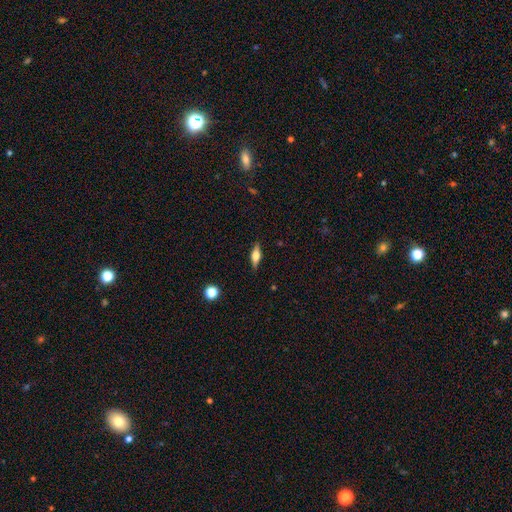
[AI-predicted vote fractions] Q: Smooth or featured?
A: featured or disk (50%); runner-up: smooth (43%)
Q: Merging?
A: none (87%); runner-up: minor disturbance (10%)